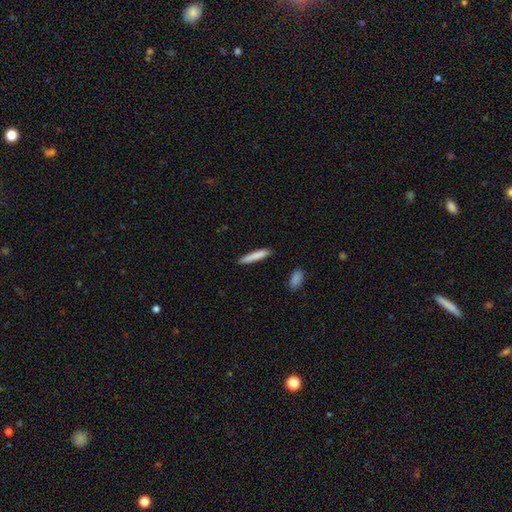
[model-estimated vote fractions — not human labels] Smooth or featured? smooth (83%)
How rounded? cigar-shaped (92%)
Merging? none (88%)